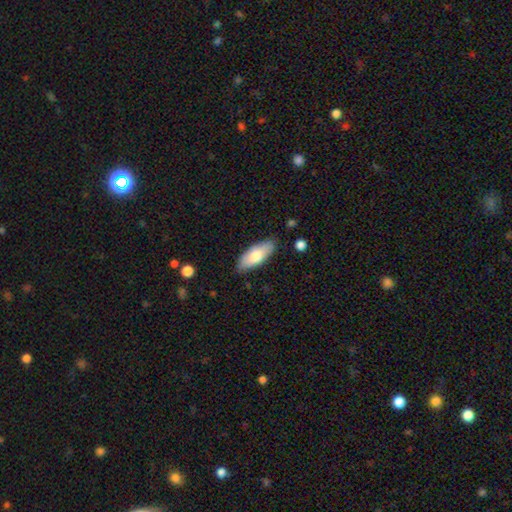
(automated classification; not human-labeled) A smooth galaxy with no disk features (73%) that is in between round and cigar-shaped (78%). Merging: none (84%).